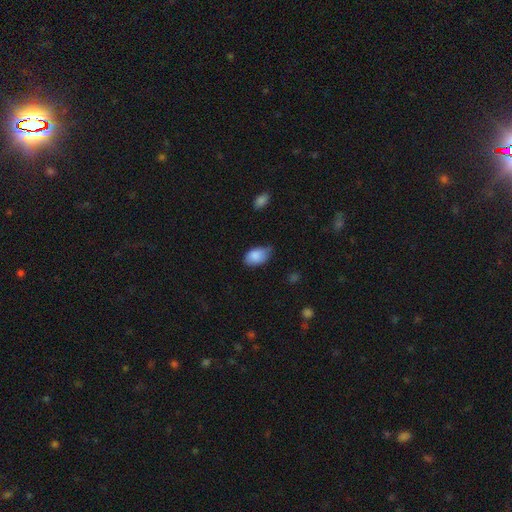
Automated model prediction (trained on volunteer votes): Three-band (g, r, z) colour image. It shows a smooth galaxy with no disk features (87%) that is in between round and cigar-shaped (90%). Merging: none (55%).